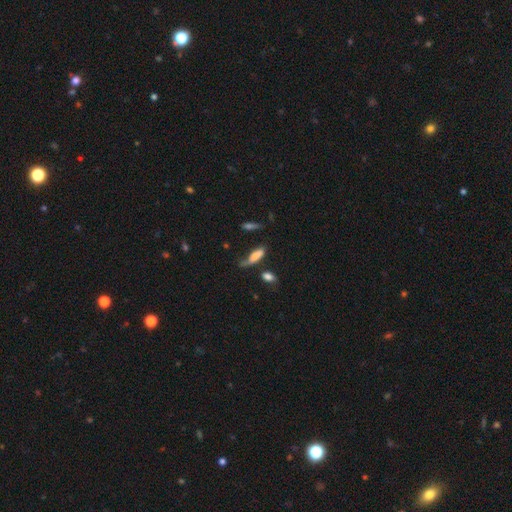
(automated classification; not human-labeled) Overall: smooth (66%). How rounded: in between (52%; cigar-shaped 45%). Merging: none (38%; minor disturbance 30%).